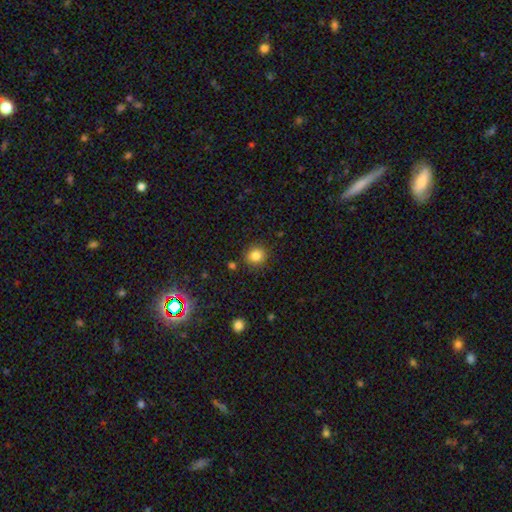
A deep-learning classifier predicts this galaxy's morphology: Overall: smooth (84%). How rounded: round (84%). Merging: none (87%).